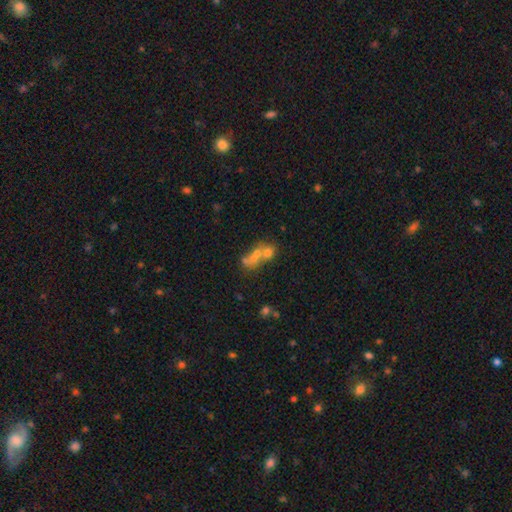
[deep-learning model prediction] Overall: smooth (51%; featured or disk 31%). How rounded: round (57%; in between 40%). Merging: merger (61%; none 25%).